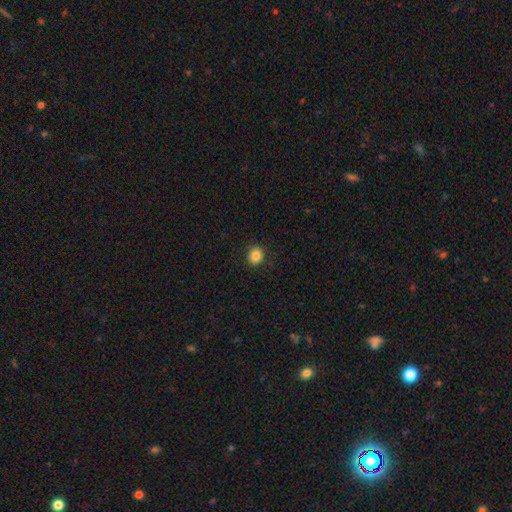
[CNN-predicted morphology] This is clearly a smooth galaxy (85%). How rounded: likely round (64%). Merging: clearly none (90%).